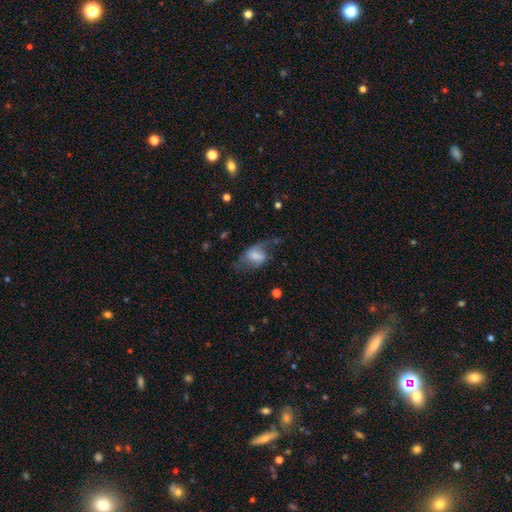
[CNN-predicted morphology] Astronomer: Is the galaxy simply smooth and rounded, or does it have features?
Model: featured or disk — 48% (runner-up: smooth, 44%).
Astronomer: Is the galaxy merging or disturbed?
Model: major disturbance — 37% (runner-up: none, 35%).